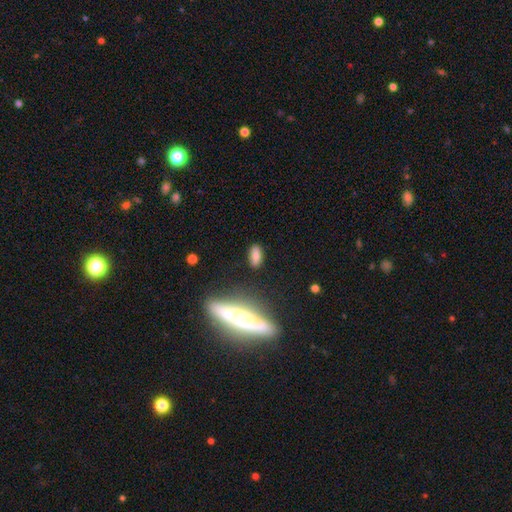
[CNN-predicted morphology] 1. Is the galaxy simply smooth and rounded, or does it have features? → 78% smooth, 14% featured or disk, 9% star or artifact.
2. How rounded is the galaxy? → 76% in between, 20% cigar-shaped, 4% round.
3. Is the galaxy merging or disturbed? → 81% none, 12% minor disturbance, 4% merger, 3% major disturbance.